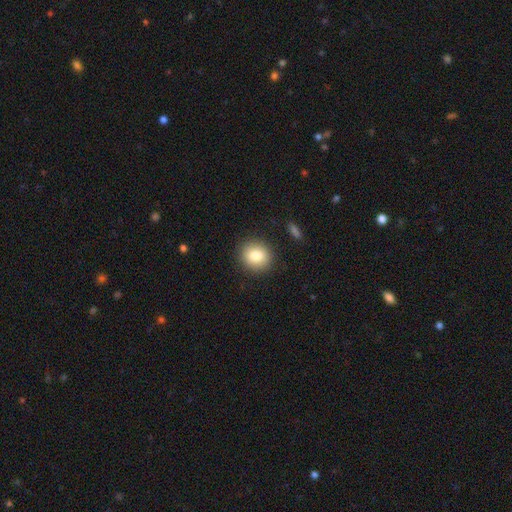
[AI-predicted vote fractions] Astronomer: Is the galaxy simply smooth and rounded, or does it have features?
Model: smooth — 82%.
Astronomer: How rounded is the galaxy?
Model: round — 86%.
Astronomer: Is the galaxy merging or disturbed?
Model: none — 90%.